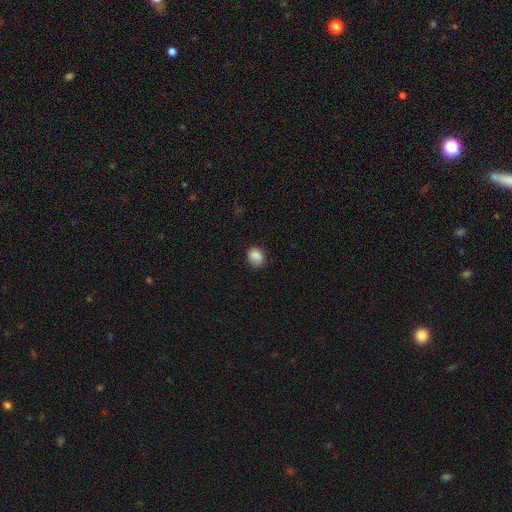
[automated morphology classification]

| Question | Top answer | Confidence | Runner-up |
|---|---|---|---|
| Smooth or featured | smooth | 86% | star or artifact (9%) |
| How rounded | round | 64% | in between (35%) |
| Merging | none | 73% | minor disturbance (21%) |